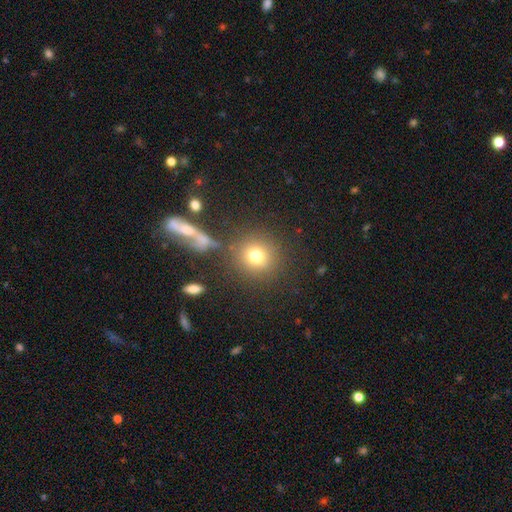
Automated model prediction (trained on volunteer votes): The model was most divided on "smooth or featured": smooth: 75%, star or artifact: 14%, featured or disk: 11%. More confident: how rounded — round (90%); merging — none (79%).